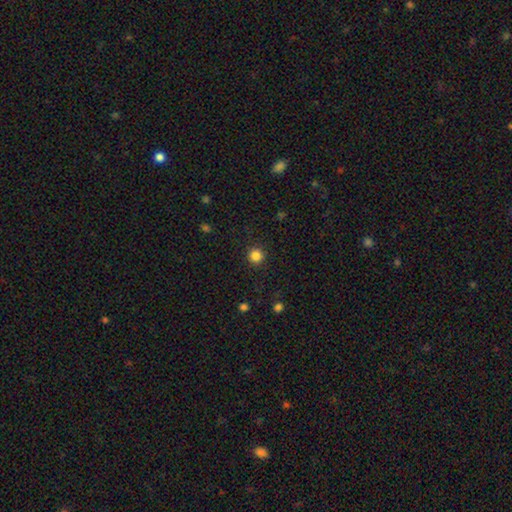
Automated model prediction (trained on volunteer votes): Overall: smooth (85%). How rounded: round (95%). Merging: none (91%).